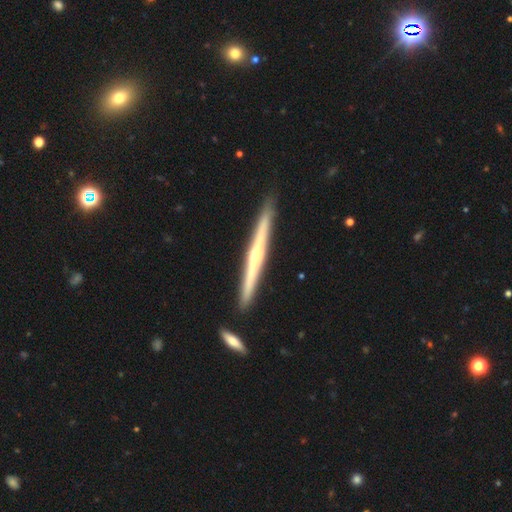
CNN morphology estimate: Smooth or featured? featured or disk (77%)
Edge-on disk? yes (98%)
Edge-on bulge? rounded (75%)
Merging? none (89%)